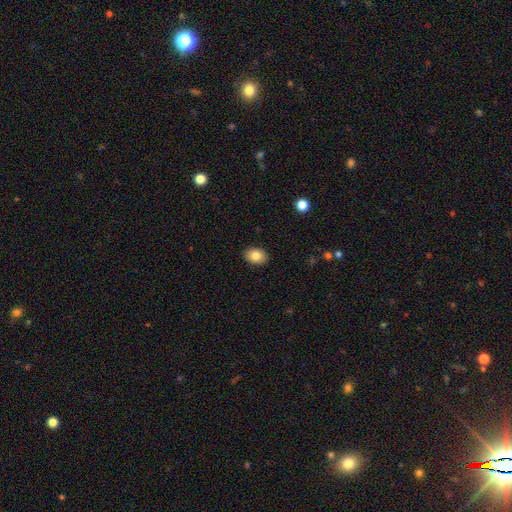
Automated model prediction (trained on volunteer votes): Smooth or featured? smooth (83%)
How rounded? in between (74%)
Merging? none (90%)